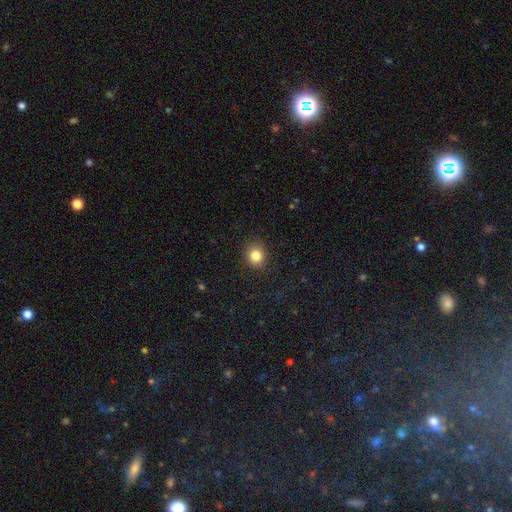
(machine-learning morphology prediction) The model was most divided on "how rounded": round: 70%, in between: 29%, cigar-shaped: 1%. More confident: merging — none (87%); smooth or featured — smooth (84%).